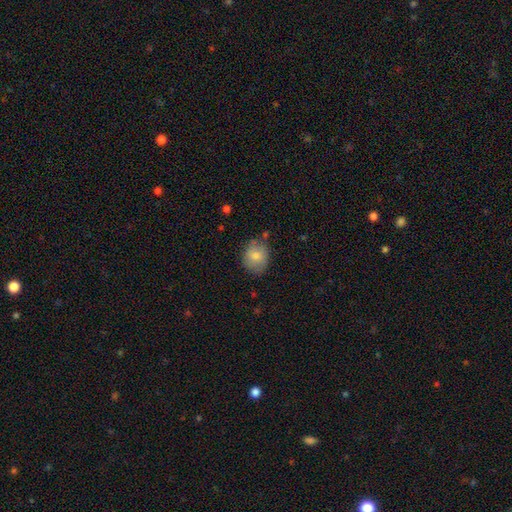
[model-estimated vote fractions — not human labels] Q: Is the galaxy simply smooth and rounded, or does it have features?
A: smooth — 77%.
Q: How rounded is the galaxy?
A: round — 60%.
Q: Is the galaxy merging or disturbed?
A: none — 74%.